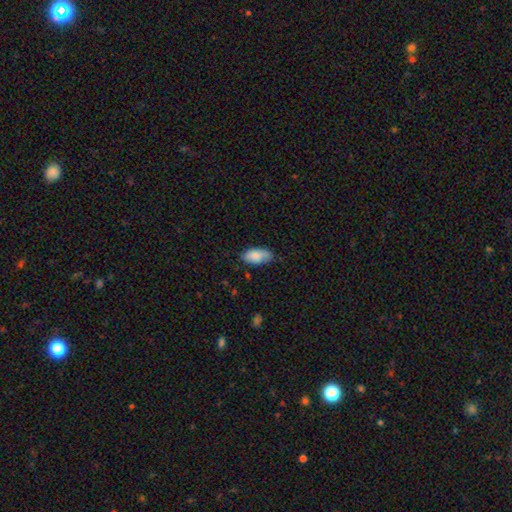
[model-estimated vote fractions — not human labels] Smooth or featured?
  - smooth: 83% *
  - featured or disk: 11%
  - star or artifact: 6%
How rounded?
  - in between: 92% *
  - cigar-shaped: 6%
  - round: 2%
Merging?
  - none: 76% *
  - minor disturbance: 20%
  - major disturbance: 3%
  - merger: 1%